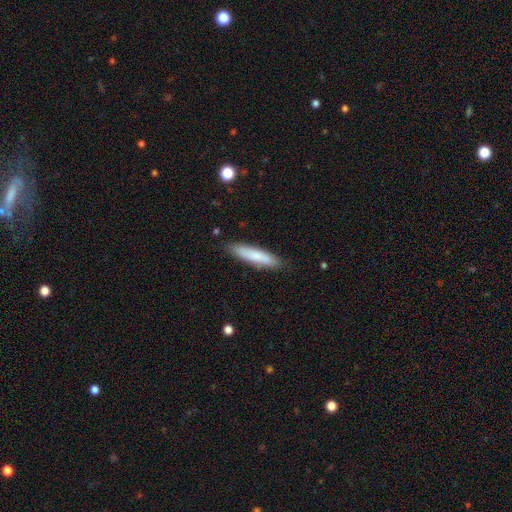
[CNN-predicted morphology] smooth_or_featured: smooth (p=0.76) [alt: featured or disk p=0.18]
how_rounded: cigar-shaped (p=0.83) [alt: in between p=0.15]
merging: none (p=0.84) [alt: minor disturbance p=0.12]